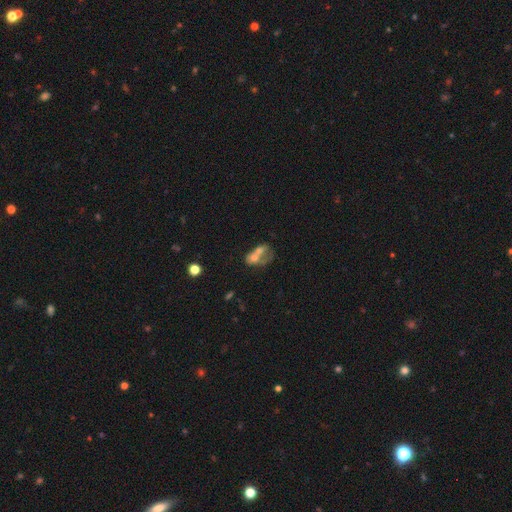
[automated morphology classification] A smooth galaxy with no disk features (50%) that is in between round and cigar-shaped (69%).

Vote fractions:
- Smooth or featured? smooth: 50% / featured or disk: 38% / star or artifact: 11%
- How rounded? in between: 69% / round: 28% / cigar-shaped: 3%
- Merging? merger: 71% / major disturbance: 12% / none: 11% / minor disturbance: 7%